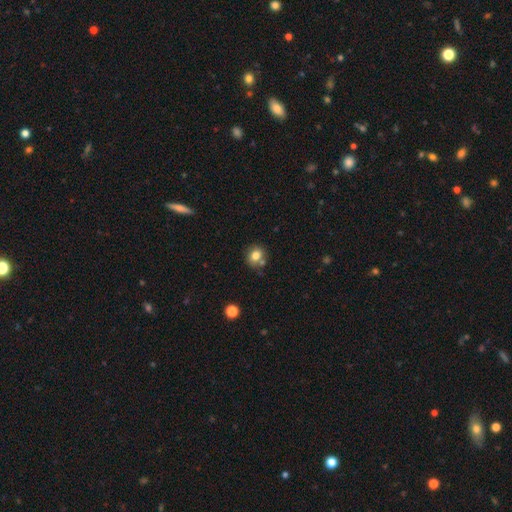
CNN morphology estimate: type=smooth (79%); roundness=round (73%); merging=none (66%).